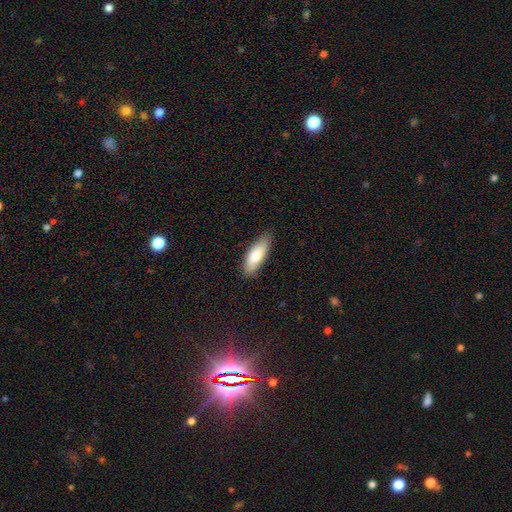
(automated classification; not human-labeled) A smooth galaxy with no disk features (79%) that is in between round and cigar-shaped (63%).

Vote fractions:
- Smooth or featured? smooth: 79% / featured or disk: 15% / star or artifact: 6%
- How rounded? in between: 63% / cigar-shaped: 35% / round: 2%
- Merging? none: 83% / minor disturbance: 14% / major disturbance: 2% / merger: 1%